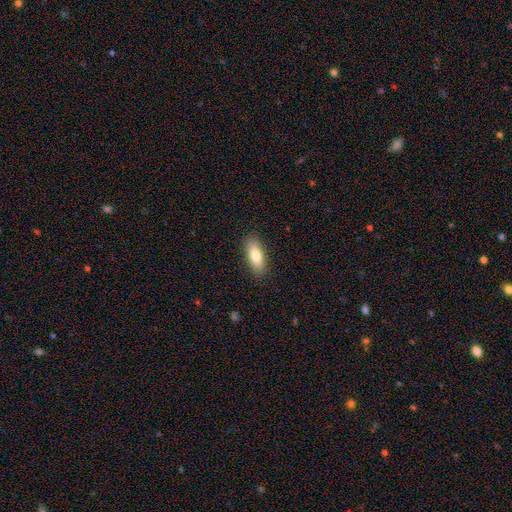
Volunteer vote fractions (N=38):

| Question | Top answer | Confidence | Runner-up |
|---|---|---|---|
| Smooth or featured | smooth | 79% | featured or disk (16%) |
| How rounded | in between | 70% | cigar-shaped (27%) |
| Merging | none | 89% | minor disturbance (8%) |